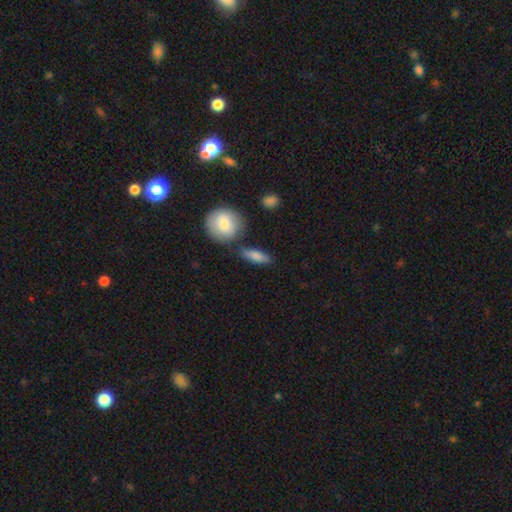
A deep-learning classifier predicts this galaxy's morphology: Smooth or featured? smooth (78%)
How rounded? in between (55%)
Merging? none (69%)